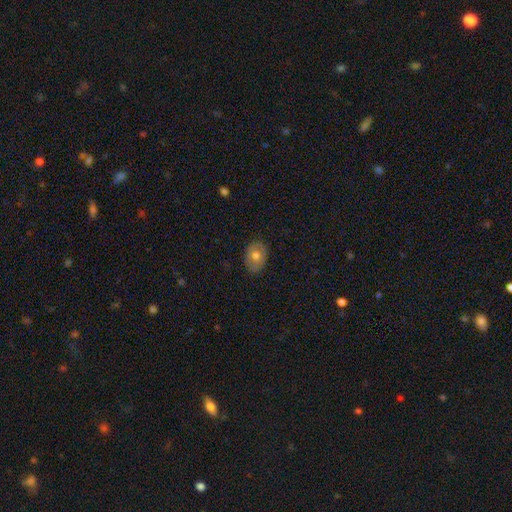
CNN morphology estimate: Smooth or featured?
  - smooth: 59% *
  - featured or disk: 33%
  - star or artifact: 7%
How rounded?
  - in between: 71% *
  - round: 28%
  - cigar-shaped: 1%
Merging?
  - none: 84% *
  - minor disturbance: 13%
  - major disturbance: 3%
  - merger: 1%